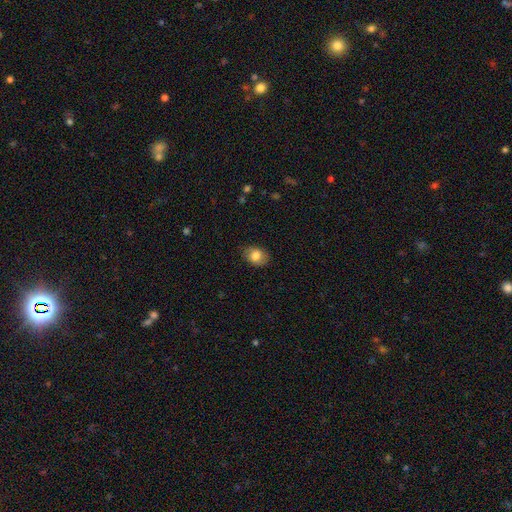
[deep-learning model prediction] smooth-or-featured: smooth: 81% | featured or disk: 10% | star or artifact: 8%
  how-rounded: in between: 67% | round: 32% | cigar-shaped: 1%
  merging: none: 81% | minor disturbance: 15% | major disturbance: 3% | merger: 1%